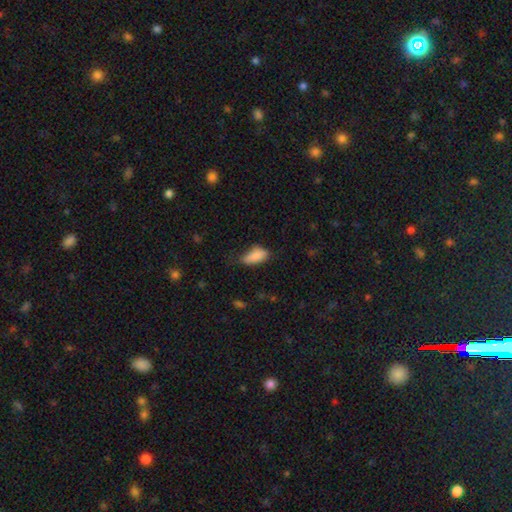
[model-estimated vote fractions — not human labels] Smooth or featured? Predicted: smooth (p=0.86). How rounded? Predicted: in between (p=0.87). Merging? Predicted: none (p=0.50).